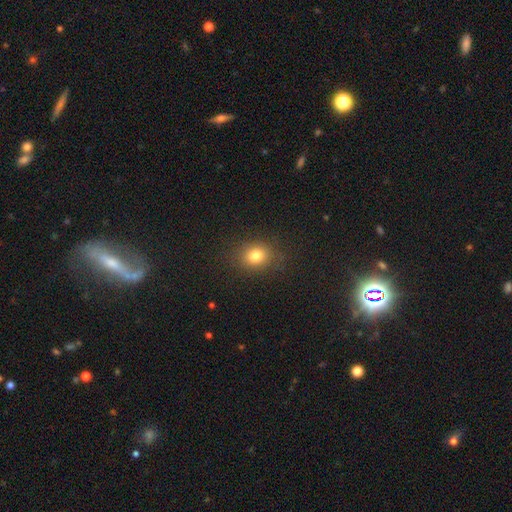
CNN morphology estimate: smooth 80%, star or artifact 13%, featured or disk 7%. Down the decision tree: how rounded — round (60%); merging — none (85%).